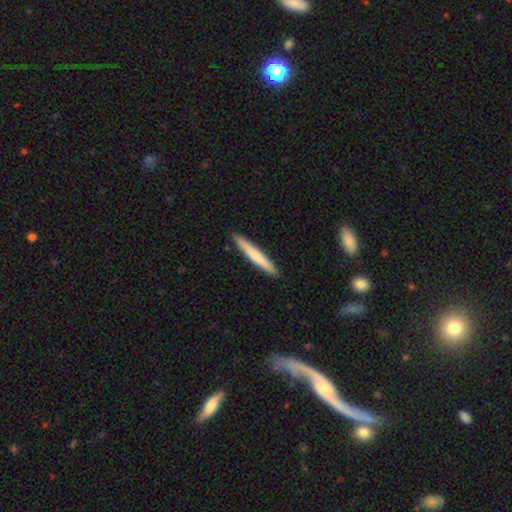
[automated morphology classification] Smooth or featured? smooth (73%)
How rounded? cigar-shaped (96%)
Merging? none (91%)